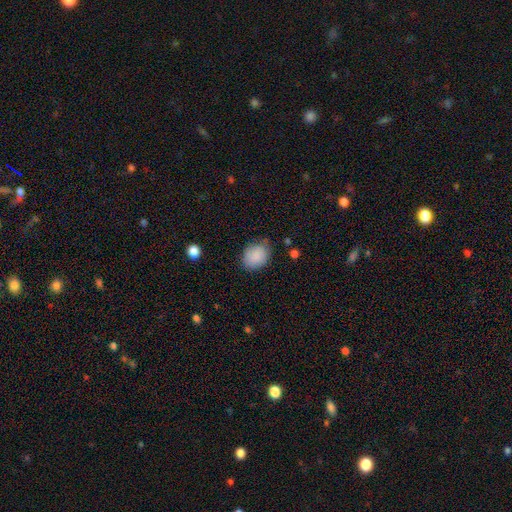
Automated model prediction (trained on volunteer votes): smooth-or-featured: smooth: 88% | star or artifact: 7% | featured or disk: 5%
  how-rounded: in between: 53% | round: 46% | cigar-shaped: 1%
  merging: none: 77% | minor disturbance: 18% | major disturbance: 4% | merger: 2%